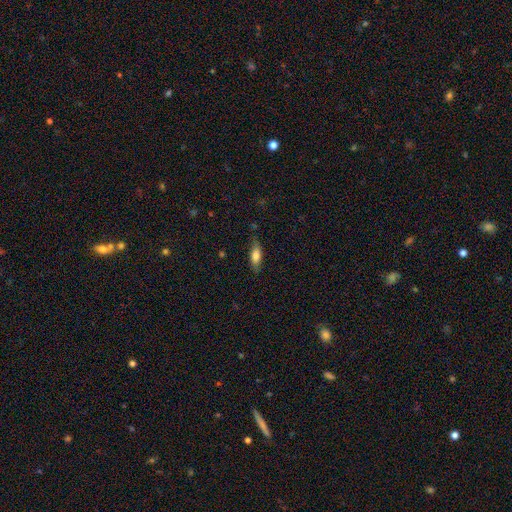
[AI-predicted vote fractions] Smooth or featured?
  - smooth: 71% *
  - featured or disk: 22%
  - star or artifact: 7%
How rounded?
  - in between: 61% *
  - cigar-shaped: 36%
  - round: 3%
Merging?
  - none: 77% *
  - minor disturbance: 17%
  - major disturbance: 4%
  - merger: 1%